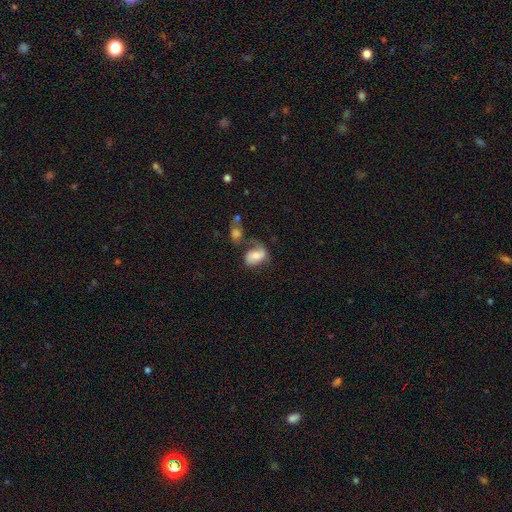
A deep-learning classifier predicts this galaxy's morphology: smooth_or_featured: smooth (p=0.51) [alt: featured or disk p=0.41]
how_rounded: in between (p=0.80) [alt: round p=0.19]
merging: none (p=0.32) [alt: merger p=0.23]